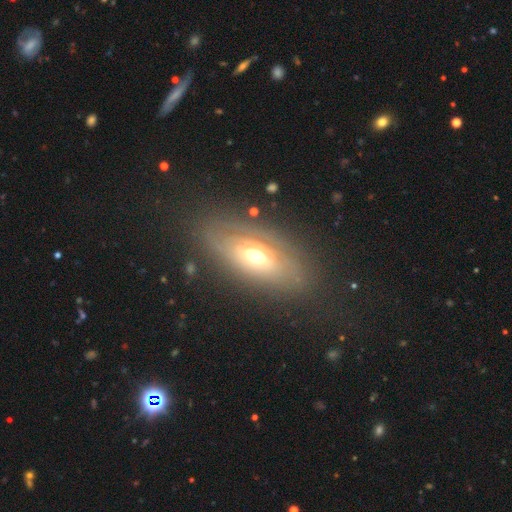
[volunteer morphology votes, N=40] featured or disk 70%, smooth 28%, star or artifact 2%. Down the decision tree: edge-on disk — no (86%); bar — no (58%); spiral arms — no (62%); bulge size — moderate (75%); merging — none (79%).